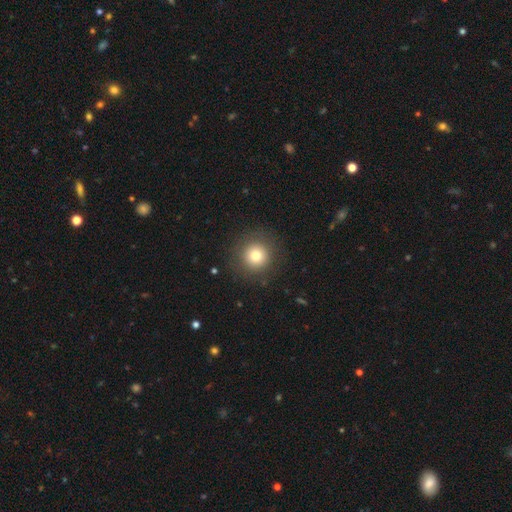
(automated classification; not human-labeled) A smooth galaxy with no disk features (77%) that is round (96%). Merging: none (89%).